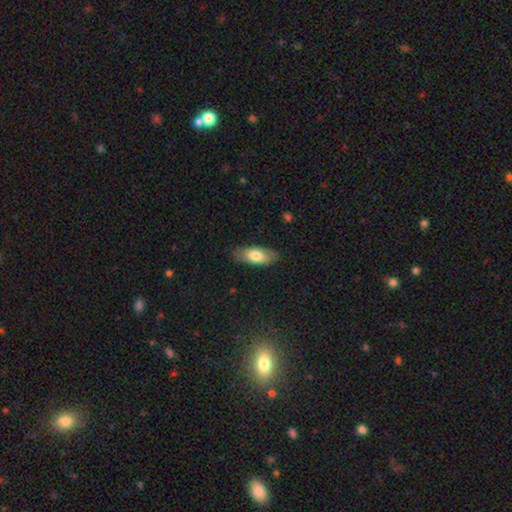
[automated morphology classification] smooth-or-featured: smooth: 75% | featured or disk: 19% | star or artifact: 6%
  how-rounded: in between: 83% | cigar-shaped: 15% | round: 3%
  merging: none: 83% | minor disturbance: 14% | major disturbance: 3% | merger: 1%